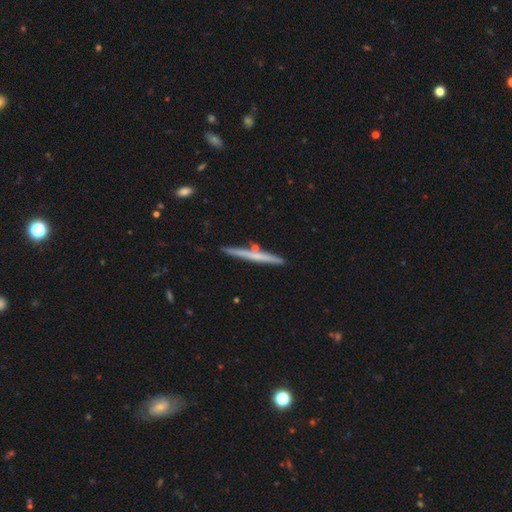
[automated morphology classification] type=featured or disk (51%); edge-on=yes (96%); merging=none (85%).